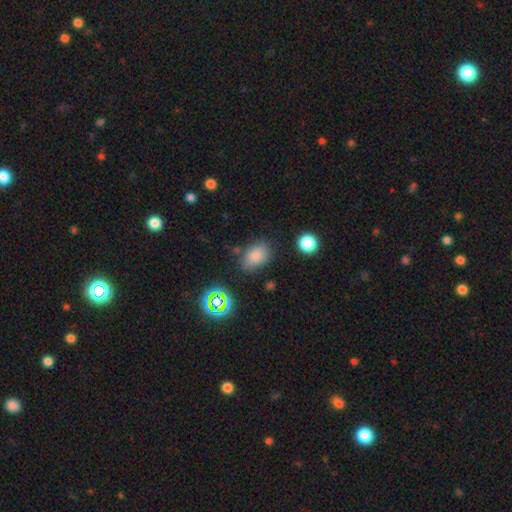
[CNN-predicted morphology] This appears to be a smooth galaxy with no disk features (80%) that is in between round and cigar-shaped (82%). Merging: none (77%).